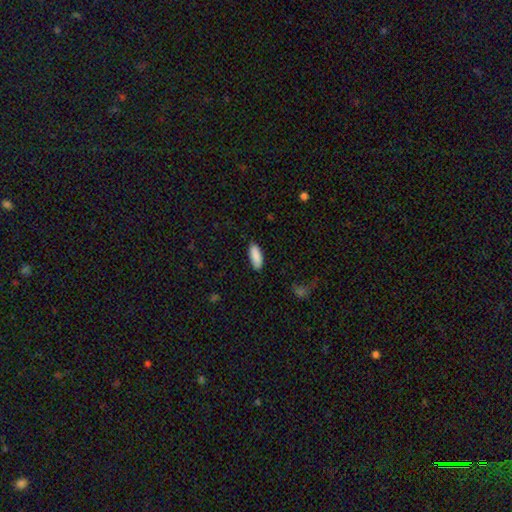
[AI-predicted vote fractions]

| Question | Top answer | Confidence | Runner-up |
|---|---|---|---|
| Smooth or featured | smooth | 90% | star or artifact (6%) |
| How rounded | in between | 75% | cigar-shaped (23%) |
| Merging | none | 87% | minor disturbance (10%) |